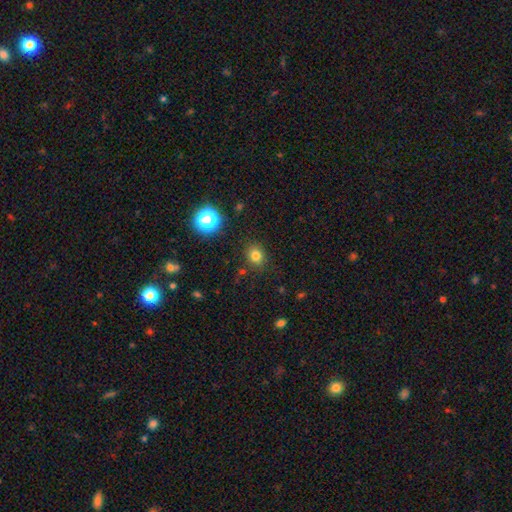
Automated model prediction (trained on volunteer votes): smooth-or-featured: smooth: 78% | star or artifact: 16% | featured or disk: 6%
  how-rounded: round: 69% | in between: 30% | cigar-shaped: 1%
  merging: none: 85% | minor disturbance: 9% | major disturbance: 3% | merger: 2%